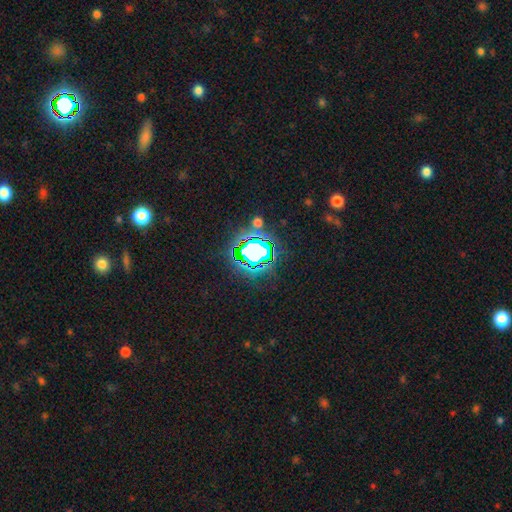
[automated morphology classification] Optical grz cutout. It shows a star or artifact, not a galaxy (69%).